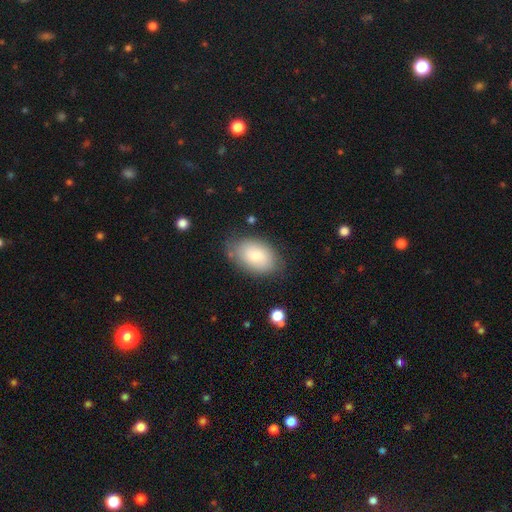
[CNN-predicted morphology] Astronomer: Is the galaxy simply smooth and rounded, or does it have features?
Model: smooth — 77%.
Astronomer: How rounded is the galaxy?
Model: in between — 88%.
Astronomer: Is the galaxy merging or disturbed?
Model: none — 74%.